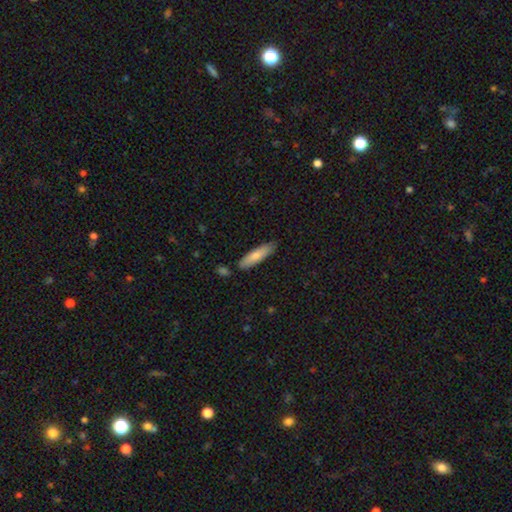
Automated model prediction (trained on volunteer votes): Morphology: type=smooth (74%); roundness=cigar-shaped (70%); merging=none (82%).